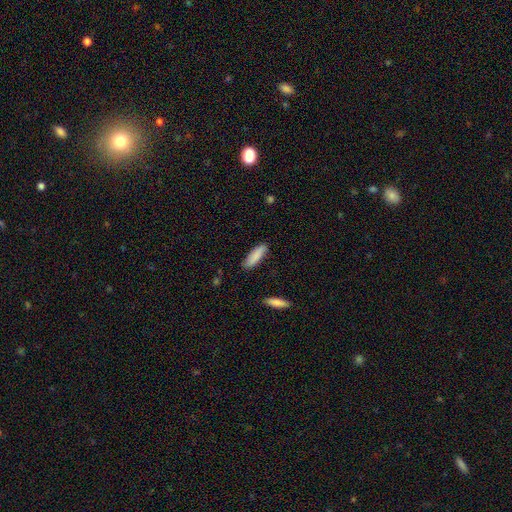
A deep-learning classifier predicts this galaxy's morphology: smooth_or_featured: smooth (p=0.84) [alt: featured or disk p=0.09]
how_rounded: cigar-shaped (p=0.55) [alt: in between p=0.44]
merging: none (p=0.83) [alt: minor disturbance p=0.13]